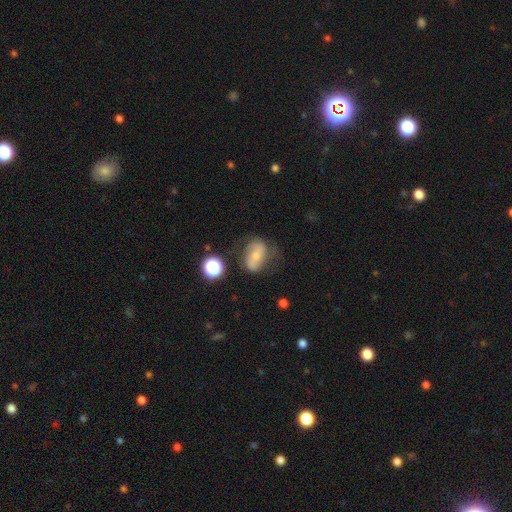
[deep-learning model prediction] Overall: featured or disk (46%; smooth 43%). Merging: none (53%; minor disturbance 27%).